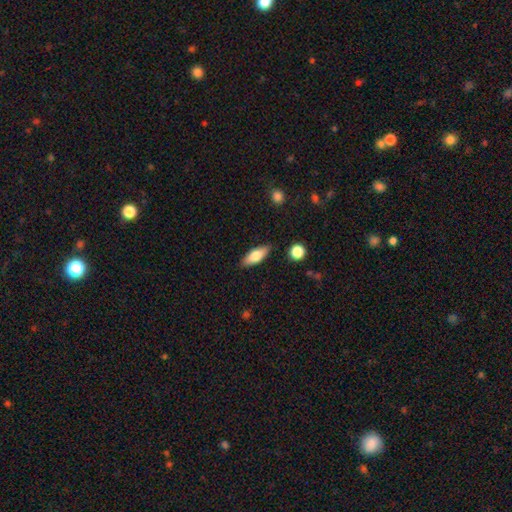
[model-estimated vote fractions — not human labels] A smooth galaxy with no disk features (69%) that is in between round and cigar-shaped (69%). Merging: none (86%).